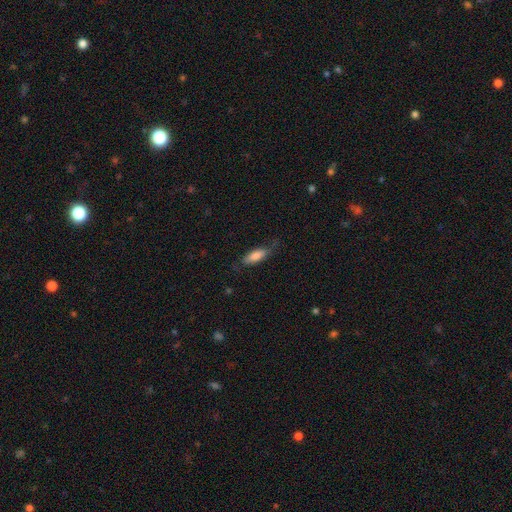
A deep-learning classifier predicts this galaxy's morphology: smooth 78%, featured or disk 16%, star or artifact 6%. Down the decision tree: how rounded — in between (63%); merging — none (66%).